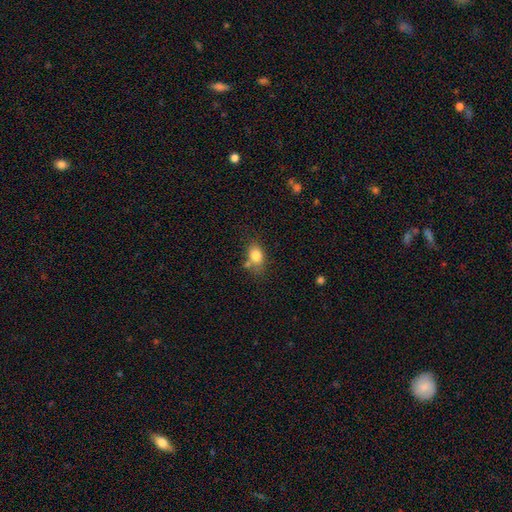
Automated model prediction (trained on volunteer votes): Smooth or featured? smooth (81%)
How rounded? in between (72%)
Merging? none (59%)